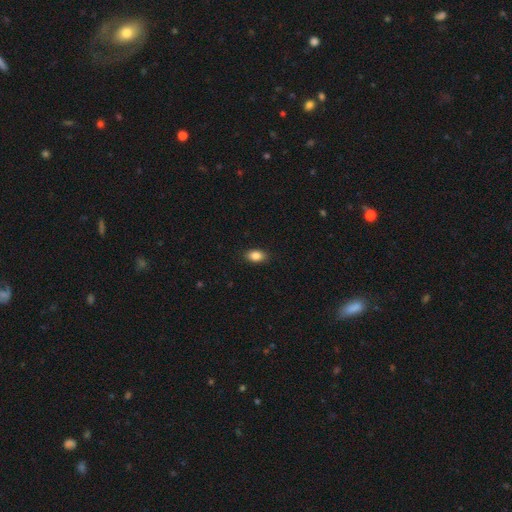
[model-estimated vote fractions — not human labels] smooth_or_featured: smooth (p=0.86) [alt: star or artifact p=0.08]
how_rounded: in between (p=0.88) [alt: round p=0.10]
merging: none (p=0.88) [alt: minor disturbance p=0.09]